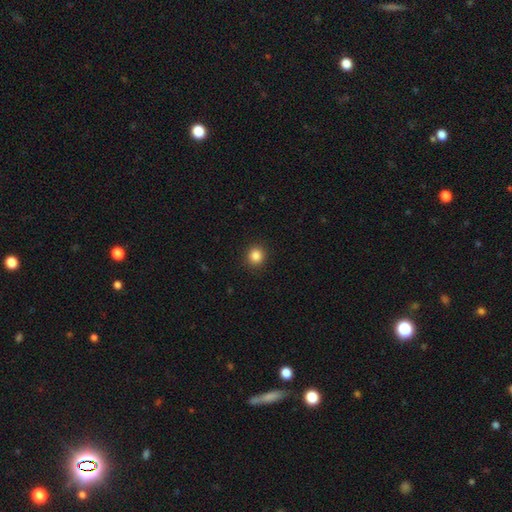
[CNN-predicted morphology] A smooth galaxy with no disk features (85%) that is round (90%). Merging: none (92%).